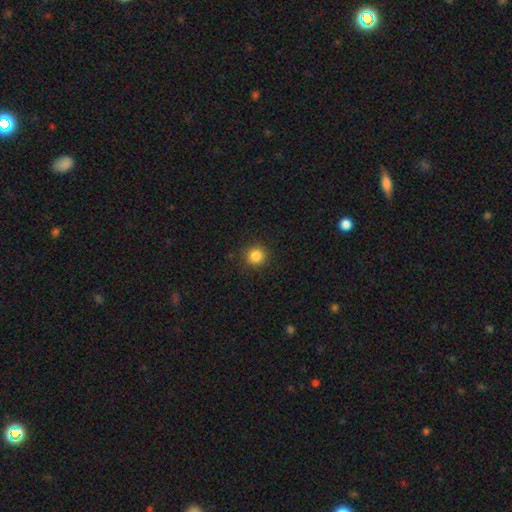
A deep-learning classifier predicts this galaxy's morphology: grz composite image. It shows a smooth galaxy with no disk features (85%) that is round (93%). Merging: none (90%).